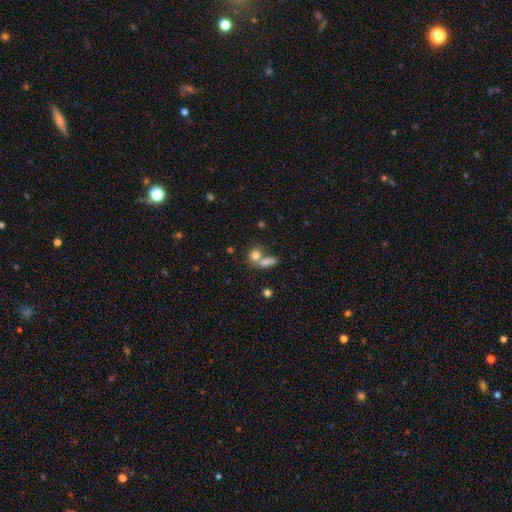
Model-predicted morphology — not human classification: type=smooth (79%); roundness=round (54%); merging=merger (44%).